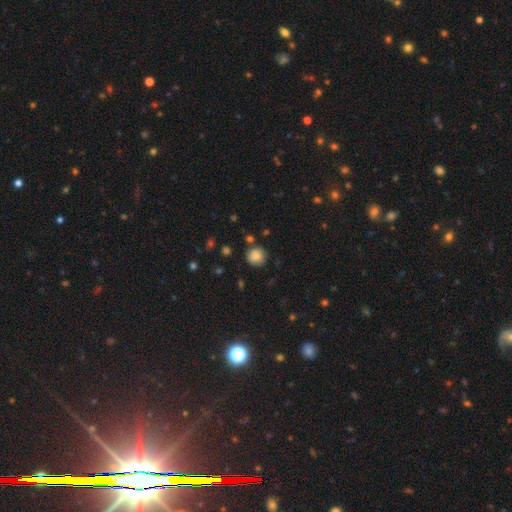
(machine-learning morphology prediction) A smooth galaxy with no disk features (83%) that is round (88%). Merging: none (75%).